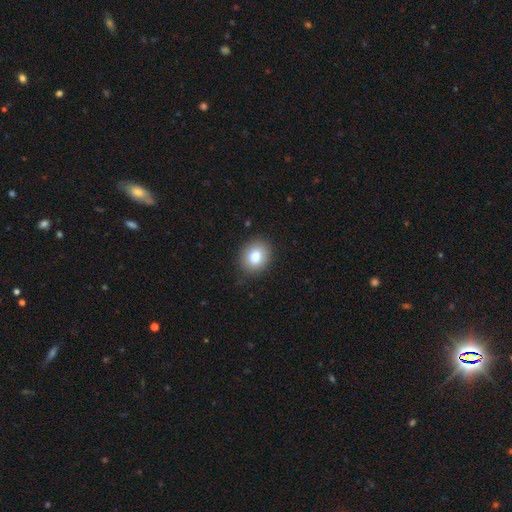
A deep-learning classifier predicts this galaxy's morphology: This appears to be a smooth galaxy with no disk features (80%) that is round (67%). Merging: none (87%).